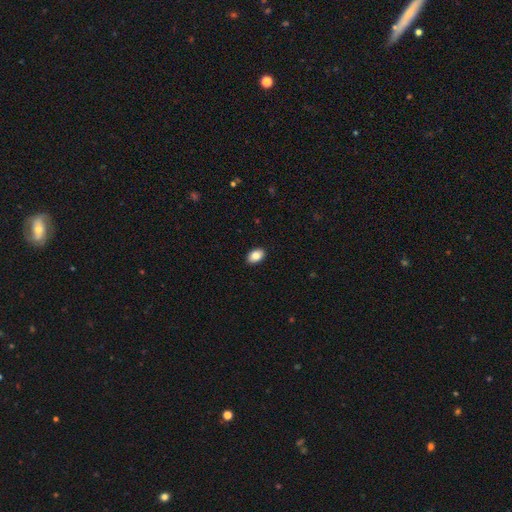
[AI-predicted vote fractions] smooth 85%, star or artifact 7%, featured or disk 7%. Down the decision tree: how rounded — in between (87%); merging — none (90%).